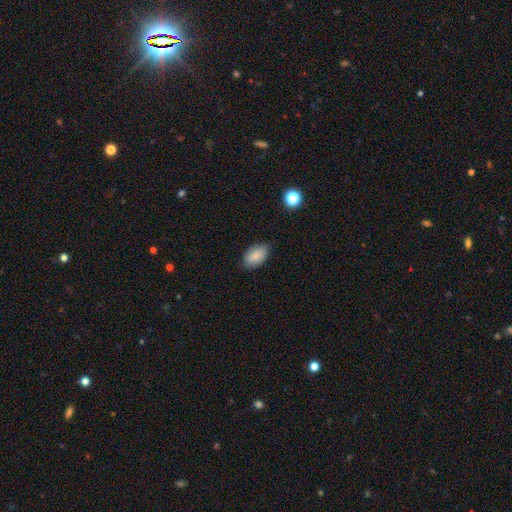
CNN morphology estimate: type=smooth (84%); roundness=in between (93%); merging=none (82%).